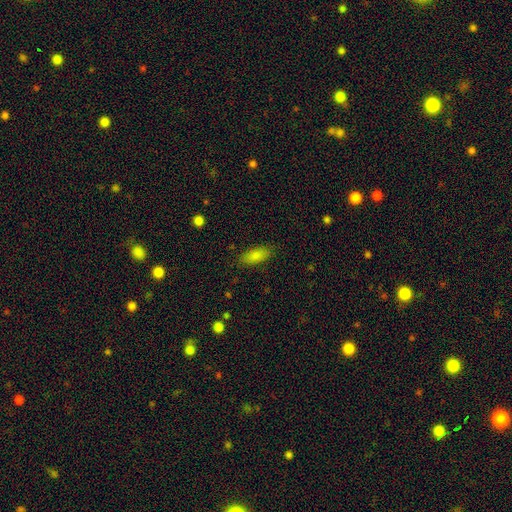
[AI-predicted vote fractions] Morphology: type=smooth (85%); roundness=in between (80%); merging=none (86%).